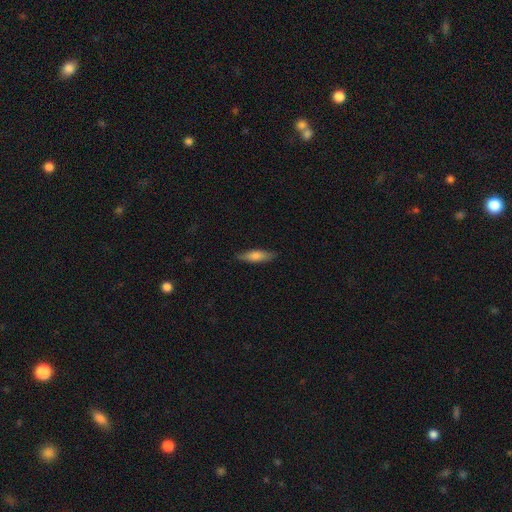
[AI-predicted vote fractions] This is likely a smooth galaxy (67%). How rounded: possibly cigar-shaped (59%). Merging: clearly none (85%).